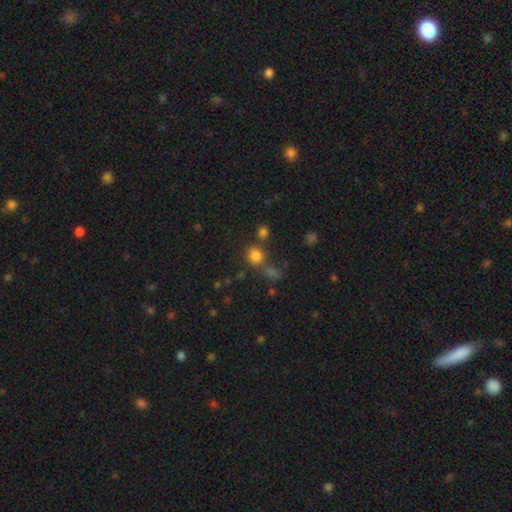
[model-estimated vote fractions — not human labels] Morphology: type=smooth (79%); roundness=round (86%); merging=none (67%).